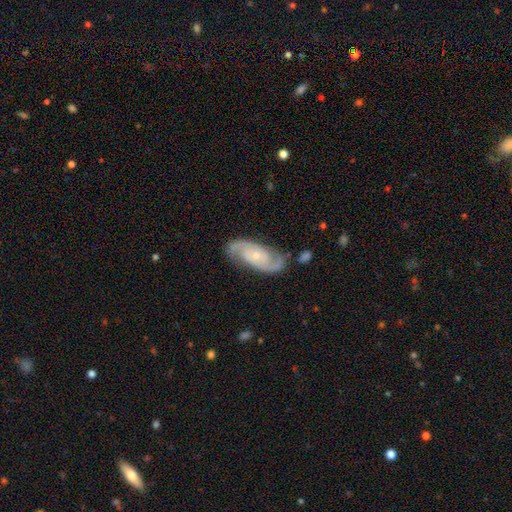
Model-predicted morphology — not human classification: The model was most divided on "spiral winding": medium: 46%, tight: 40%, loose: 13%. More confident: spiral arms — yes (97%); edge-on disk — no (95%); spiral arm count — 2 (91%); smooth or featured — featured or disk (87%); merging — none (80%); bulge size — small (69%); bar — no (64%).